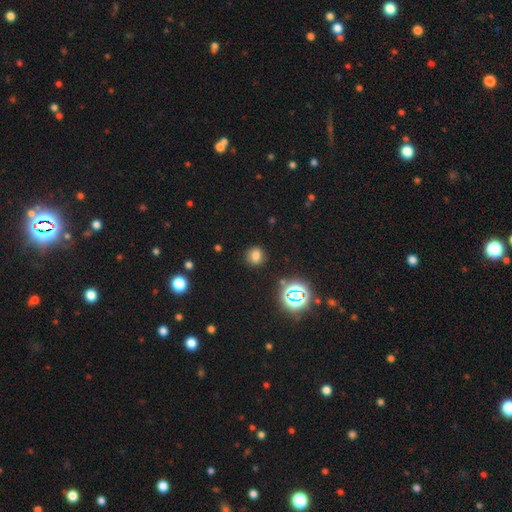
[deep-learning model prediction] Q: Smooth or featured?
A: smooth (72%); runner-up: star or artifact (20%)
Q: How rounded?
A: round (74%); runner-up: in between (25%)
Q: Merging?
A: none (86%); runner-up: minor disturbance (9%)